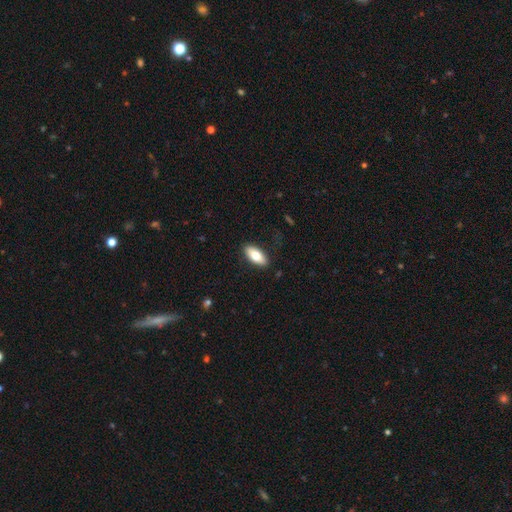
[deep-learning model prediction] Q: Smooth or featured?
A: smooth (75%); runner-up: featured or disk (19%)
Q: How rounded?
A: in between (84%); runner-up: cigar-shaped (13%)
Q: Merging?
A: none (87%); runner-up: minor disturbance (10%)